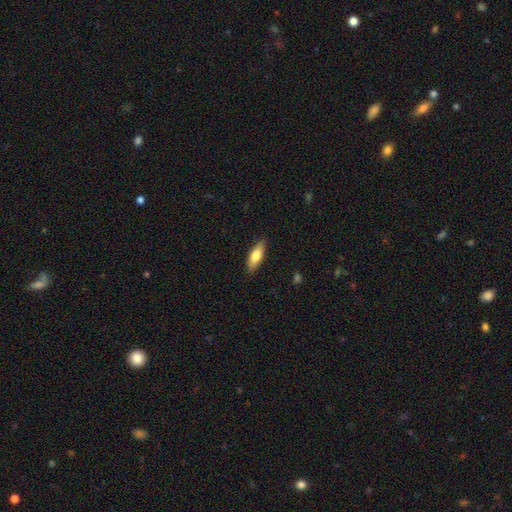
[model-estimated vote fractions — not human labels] Morphology: type=smooth (77%); roundness=in between (64%); merging=none (86%).